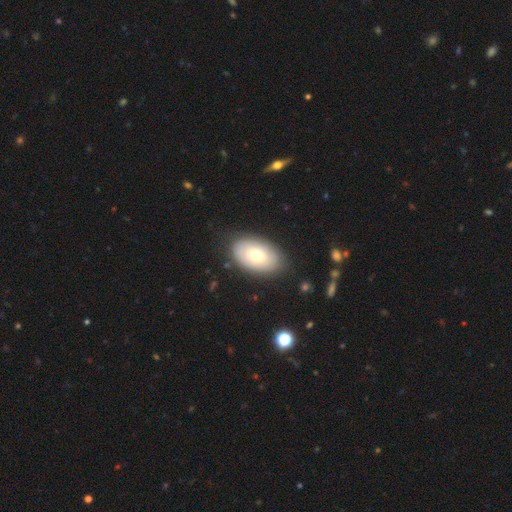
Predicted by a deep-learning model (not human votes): Smooth or featured?
  - smooth: 70% *
  - featured or disk: 24%
  - star or artifact: 6%
How rounded?
  - in between: 91% *
  - round: 7%
  - cigar-shaped: 1%
Merging?
  - none: 84% *
  - minor disturbance: 12%
  - major disturbance: 3%
  - merger: 1%